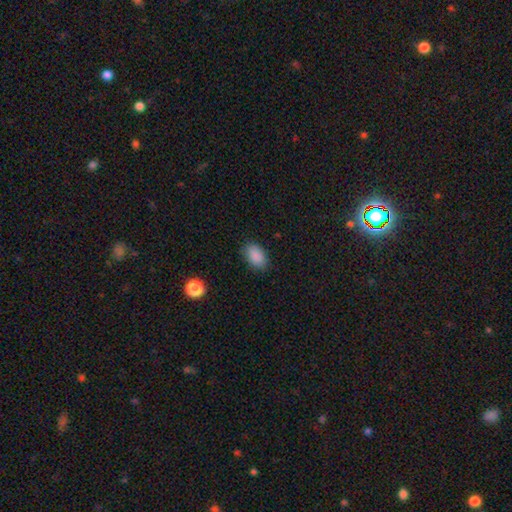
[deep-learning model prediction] A smooth galaxy with no disk features (89%) that is in between round and cigar-shaped (89%). Merging: none (85%).